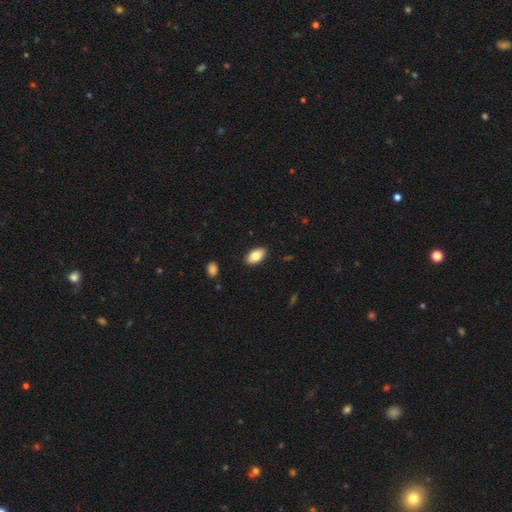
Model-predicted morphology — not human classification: Q: Smooth or featured?
A: smooth (83%); runner-up: featured or disk (10%)
Q: How rounded?
A: in between (94%); runner-up: round (4%)
Q: Merging?
A: none (89%); runner-up: minor disturbance (9%)